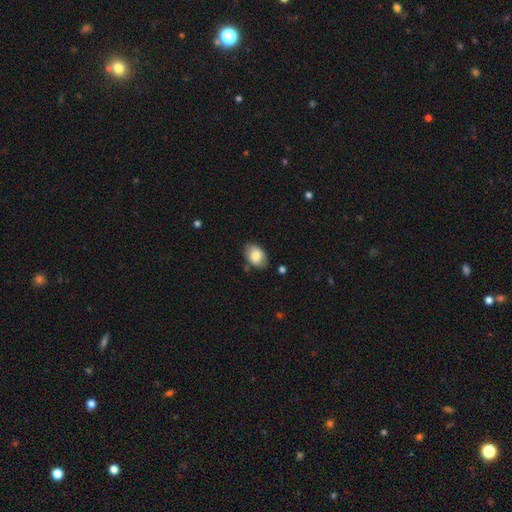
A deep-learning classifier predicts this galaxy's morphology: The model was most divided on "merging": none: 78%, minor disturbance: 16%, major disturbance: 3%, merger: 3%. More confident: how rounded — in between (87%); smooth or featured — smooth (81%).